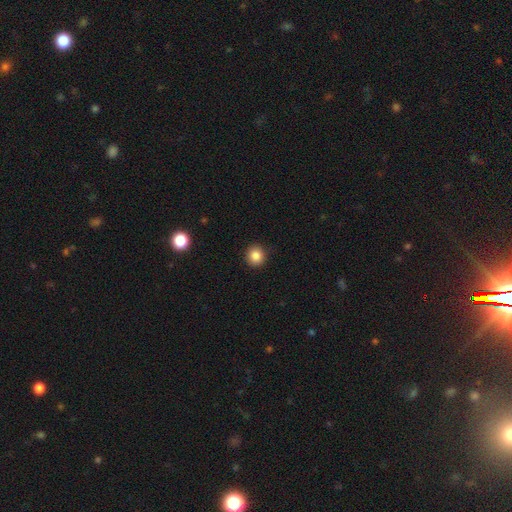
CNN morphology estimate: A smooth galaxy with no disk features (86%) that is round (92%).

Vote fractions:
- Smooth or featured? smooth: 86% / star or artifact: 10% / featured or disk: 4%
- How rounded? round: 92% / in between: 7% / cigar-shaped: 1%
- Merging? none: 91% / minor disturbance: 6% / major disturbance: 2% / merger: 1%